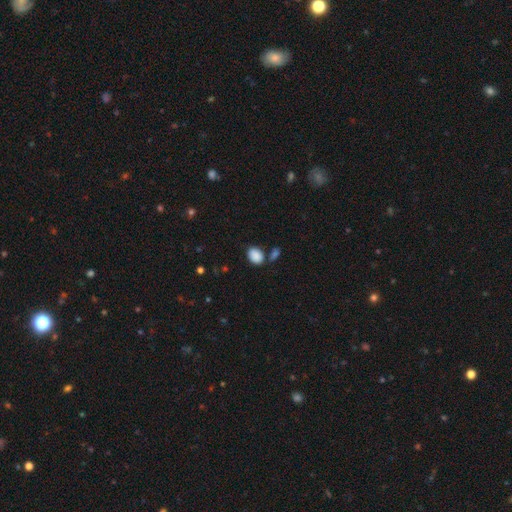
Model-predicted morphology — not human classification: A smooth galaxy with no disk features (88%) that is in between round and cigar-shaped (74%).

Vote fractions:
- Smooth or featured? smooth: 88% / star or artifact: 8% / featured or disk: 4%
- How rounded? in between: 74% / round: 25% / cigar-shaped: 1%
- Merging? none: 69% / minor disturbance: 14% / merger: 13% / major disturbance: 4%